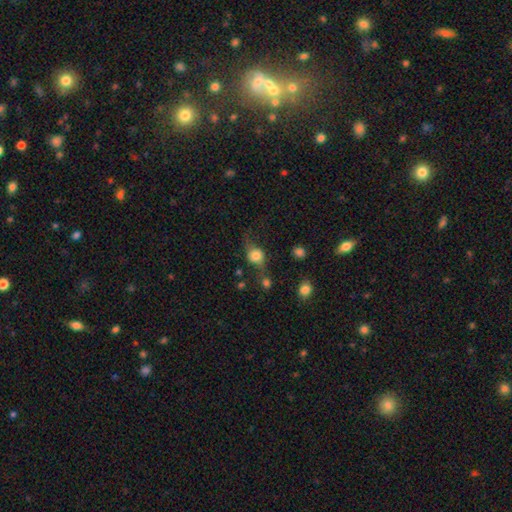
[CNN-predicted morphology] A smooth galaxy with no disk features (60%) that is round (66%).

Vote fractions:
- Smooth or featured? smooth: 60% / featured or disk: 29% / star or artifact: 11%
- How rounded? round: 66% / in between: 31% / cigar-shaped: 3%
- Merging? none: 52% / minor disturbance: 23% / major disturbance: 17% / merger: 8%